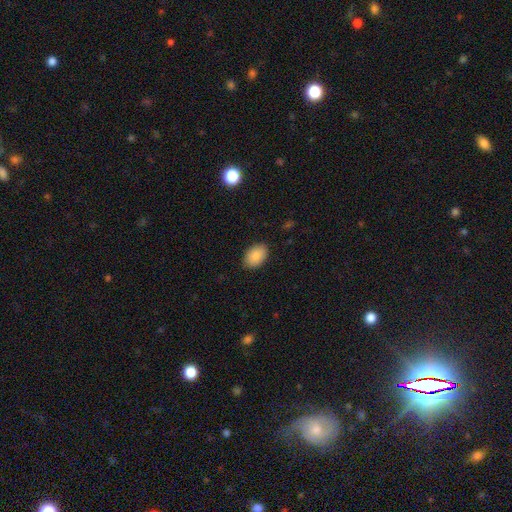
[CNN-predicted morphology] Smooth or featured: smooth — 88% (star or artifact — 7%)
How rounded: in between — 88% (round — 11%)
Merging: none — 86% (minor disturbance — 11%)